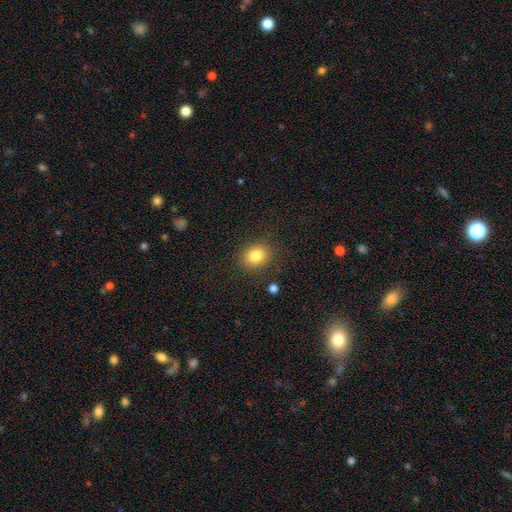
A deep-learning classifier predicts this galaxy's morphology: Smooth or featured: smooth — 83% (star or artifact — 10%)
How rounded: round — 56% (in between — 43%)
Merging: none — 85% (minor disturbance — 10%)